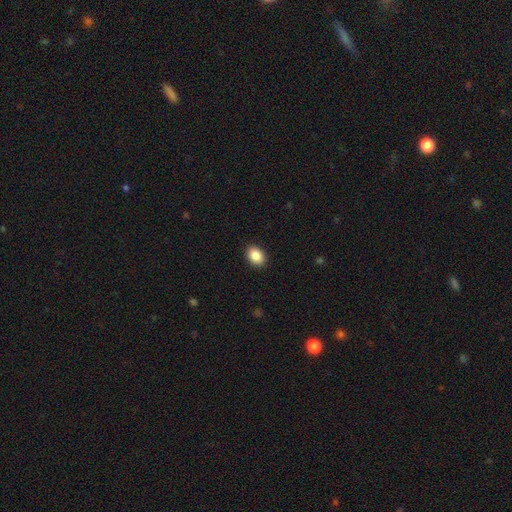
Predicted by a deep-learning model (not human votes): Overall: smooth (88%). How rounded: in between (74%). Merging: none (91%).